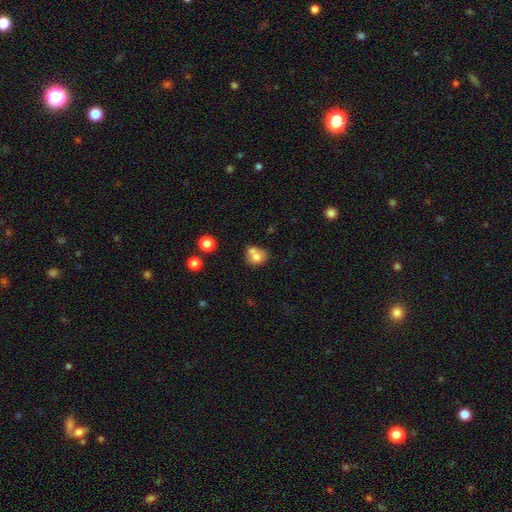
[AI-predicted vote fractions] Overall: smooth (71%). How rounded: round (67%; in between 32%). Merging: merger (43%; none 41%).